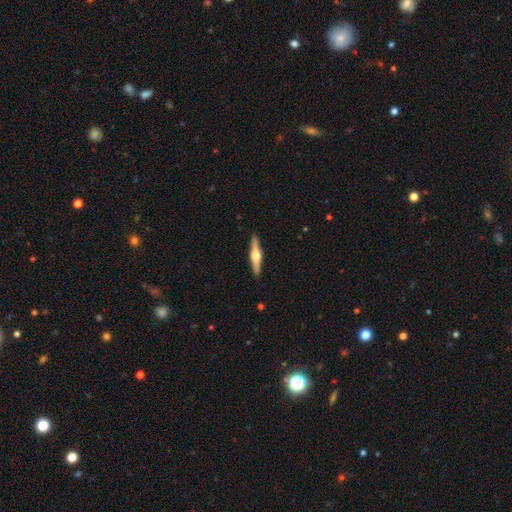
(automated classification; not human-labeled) This is likely a featured or disk galaxy (69%). It is clearly viewed edge-on (98%). Edge-on bulge: clearly rounded (94%). Merging: clearly none (91%).